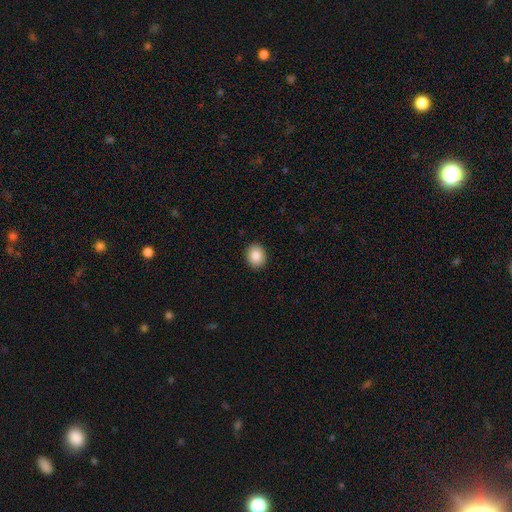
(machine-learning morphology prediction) smooth_or_featured: smooth (p=0.87) [alt: star or artifact p=0.08]
how_rounded: round (p=0.61) [alt: in between p=0.38]
merging: none (p=0.91) [alt: minor disturbance p=0.06]